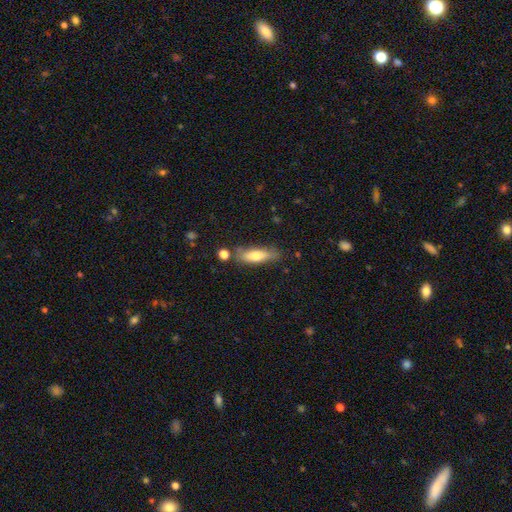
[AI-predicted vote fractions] Smooth or featured: smooth — 69% (featured or disk — 24%)
How rounded: cigar-shaped — 57% (in between — 41%)
Merging: none — 72% (minor disturbance — 17%)